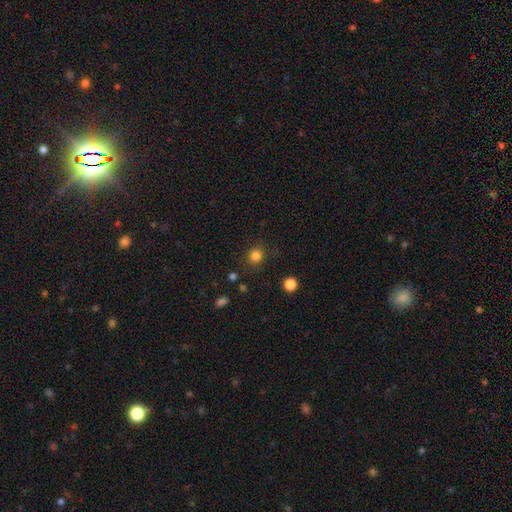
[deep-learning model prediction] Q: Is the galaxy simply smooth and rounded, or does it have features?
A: smooth — 82%.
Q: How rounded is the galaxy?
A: round — 89%.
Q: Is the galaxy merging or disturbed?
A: none — 84%.